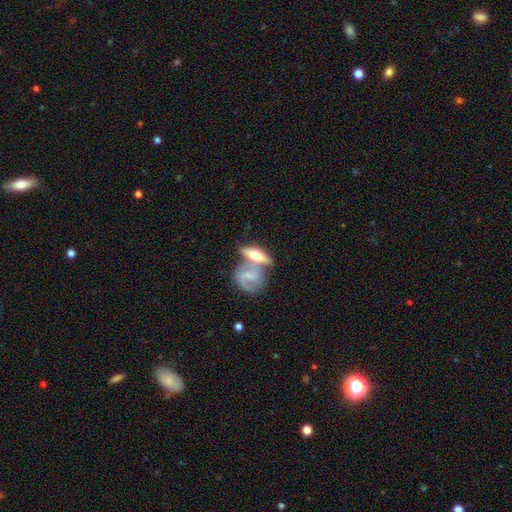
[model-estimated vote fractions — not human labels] Smooth or featured?
  - featured or disk: 54% *
  - smooth: 40%
  - star or artifact: 6%
Edge-on disk?
  - yes: 52% *
  - no: 48%
Merging?
  - merger: 48% *
  - none: 35%
  - minor disturbance: 11%
  - major disturbance: 6%